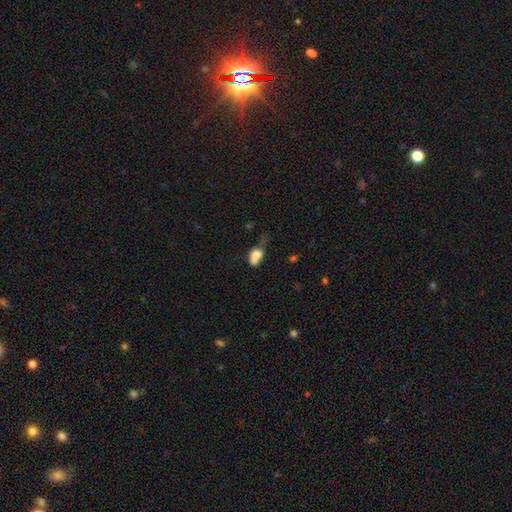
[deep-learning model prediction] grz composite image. It shows a smooth galaxy with no disk features (79%) that is in between round and cigar-shaped (86%). Merging: minor disturbance (38%).